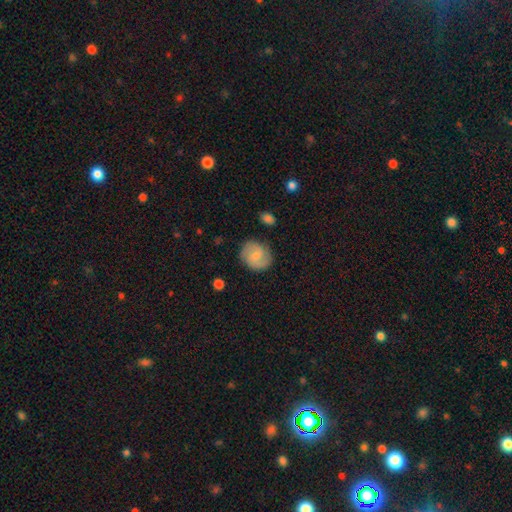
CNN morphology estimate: A featured or disk galaxy (52%) with a weak bar (49%), spiral arms (89%) and a small central bulge (50%). Merging: none (83%).